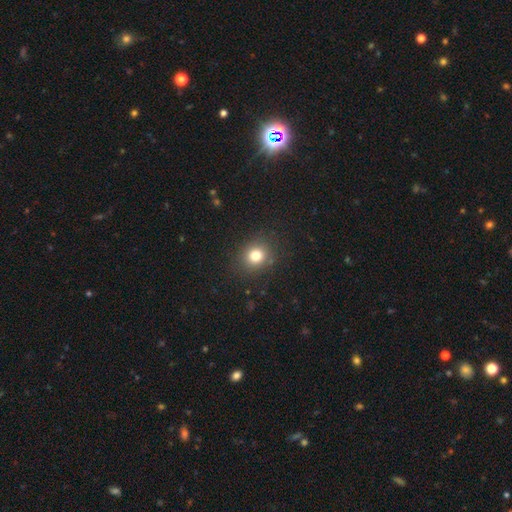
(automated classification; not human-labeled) Smooth or featured: smooth — 79% (star or artifact — 14%)
How rounded: round — 79% (in between — 20%)
Merging: none — 87% (minor disturbance — 8%)